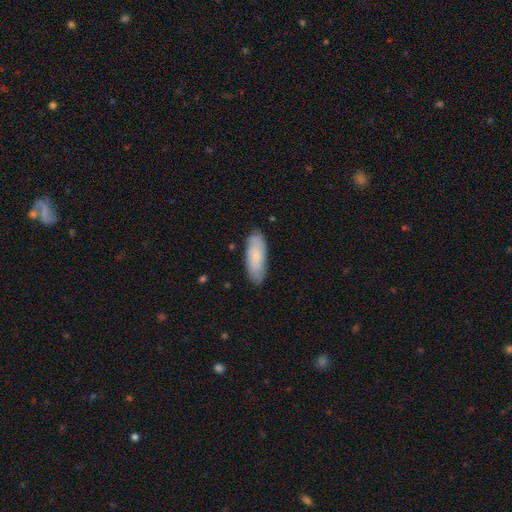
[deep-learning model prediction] This appears to be a smooth galaxy with no disk features (79%) that is in between round and cigar-shaped (71%). Merging: none (84%).